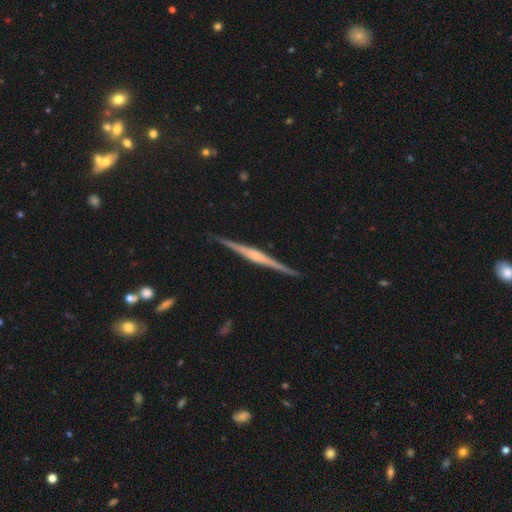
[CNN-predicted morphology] This appears to be a featured or disk galaxy (83%) viewed edge-on (98%) with a rounded central bulge (47%). Merging: none (91%).